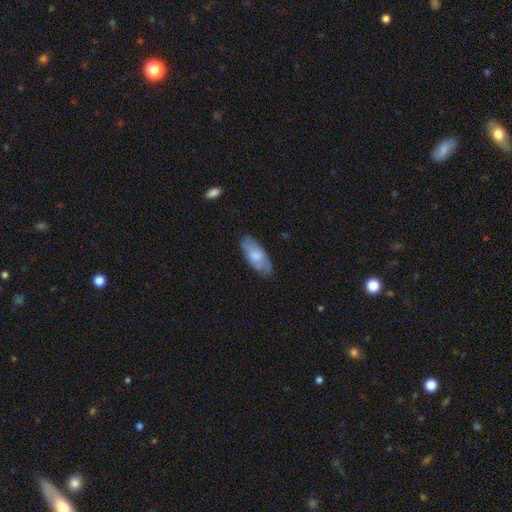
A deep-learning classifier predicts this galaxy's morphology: smooth_or_featured: smooth (p=0.73) [alt: featured or disk p=0.22]
how_rounded: in between (p=0.87) [alt: cigar-shaped p=0.11]
merging: none (p=0.79) [alt: minor disturbance p=0.17]